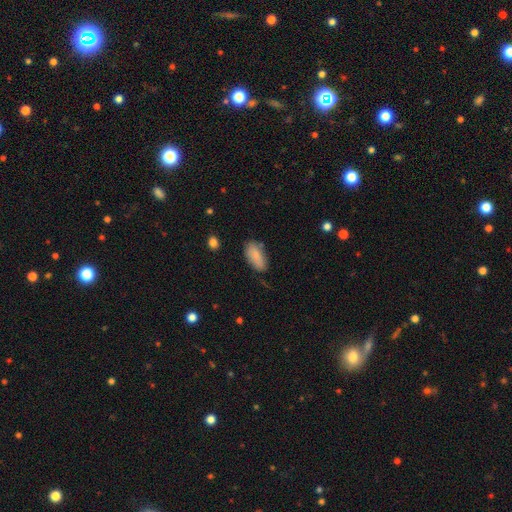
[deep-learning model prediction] This is clearly a smooth galaxy (85%). How rounded: clearly in between (90%). Merging: likely none (68%).